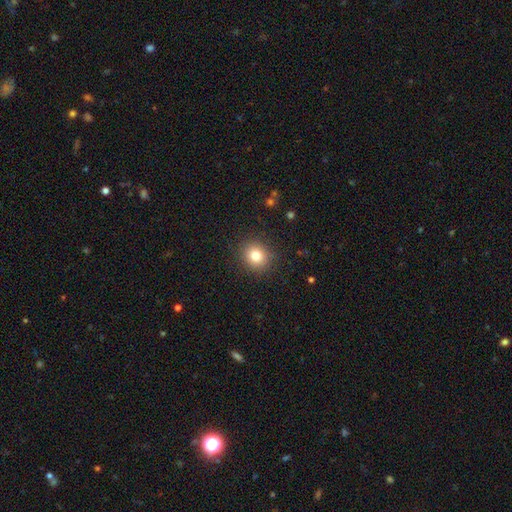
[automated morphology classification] smooth 80%, star or artifact 12%, featured or disk 8%. Down the decision tree: how rounded — round (82%); merging — none (89%).